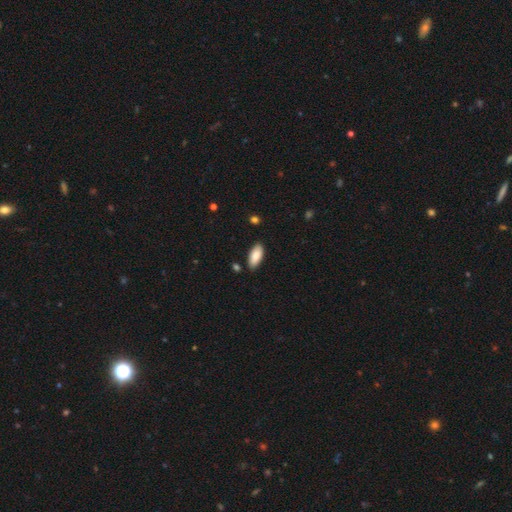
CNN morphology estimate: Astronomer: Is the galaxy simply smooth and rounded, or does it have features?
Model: smooth — 86%.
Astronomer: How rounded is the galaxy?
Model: in between — 87%.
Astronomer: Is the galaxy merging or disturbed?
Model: none — 85%.